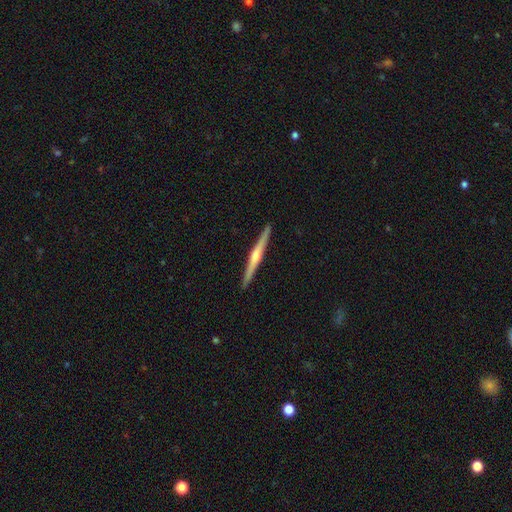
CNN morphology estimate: type=featured or disk (75%); edge-on=yes (98%); edge-on bulge=rounded (79%); merging=none (93%).